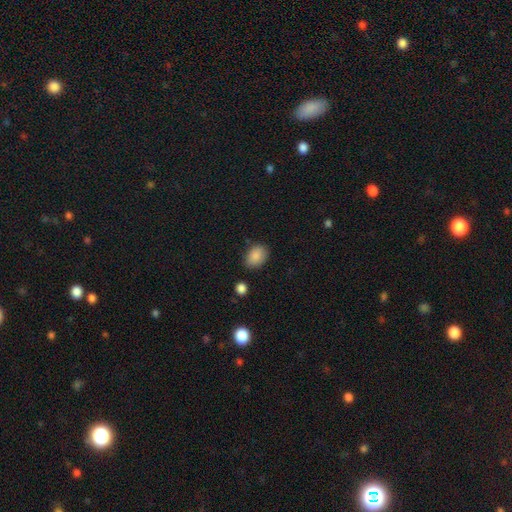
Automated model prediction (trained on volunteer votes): This is clearly a smooth galaxy (87%). How rounded: likely in between (77%). Merging: likely none (78%).